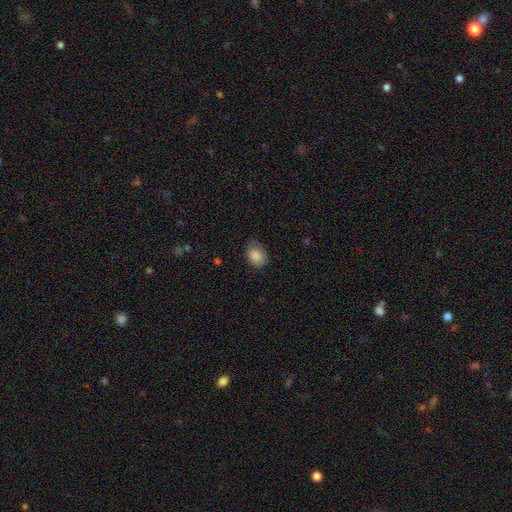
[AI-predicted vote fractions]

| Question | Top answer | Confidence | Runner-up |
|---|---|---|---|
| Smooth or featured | smooth | 86% | star or artifact (8%) |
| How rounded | in between | 75% | round (24%) |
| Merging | none | 68% | minor disturbance (26%) |